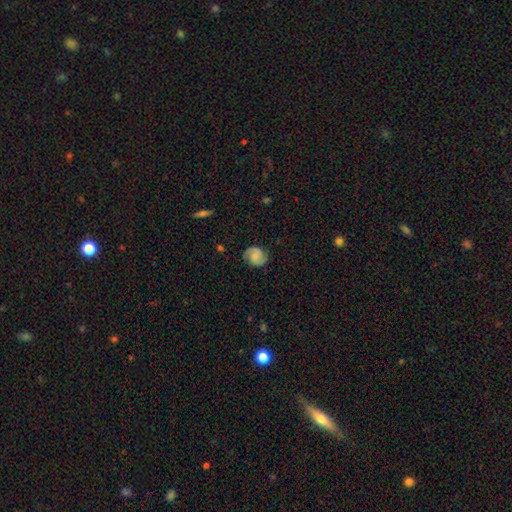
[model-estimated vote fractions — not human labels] This appears to be a featured or disk galaxy (63%) with no bar (58%), 2 (88%) medium (46%) spiral arms (95%) and a small central bulge (36%). Merging: none (82%).